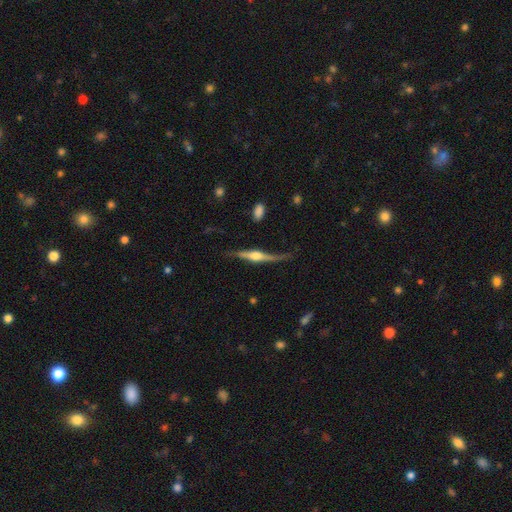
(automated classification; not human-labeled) This is clearly a featured or disk galaxy (80%). It is clearly viewed edge-on (94%). Edge-on bulge: clearly rounded (86%). Merging: likely none (65%).